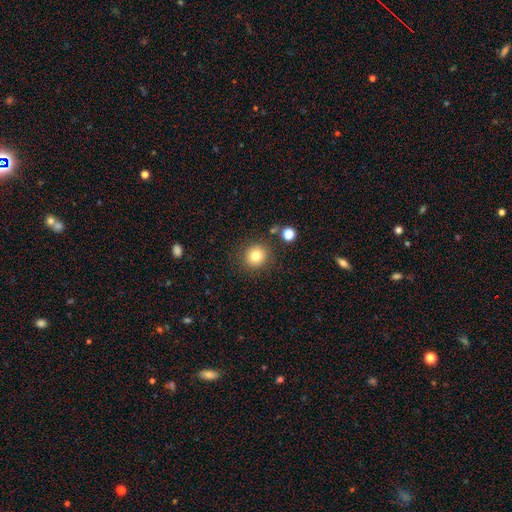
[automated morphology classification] Smooth or featured? Predicted: smooth (p=0.80). How rounded? Predicted: round (p=0.87). Merging? Predicted: none (p=0.85).